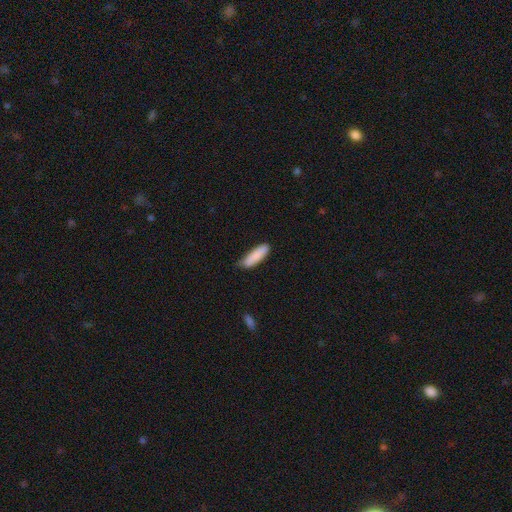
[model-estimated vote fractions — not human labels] Overall: smooth (86%). How rounded: cigar-shaped (60%; in between 38%). Merging: none (69%).